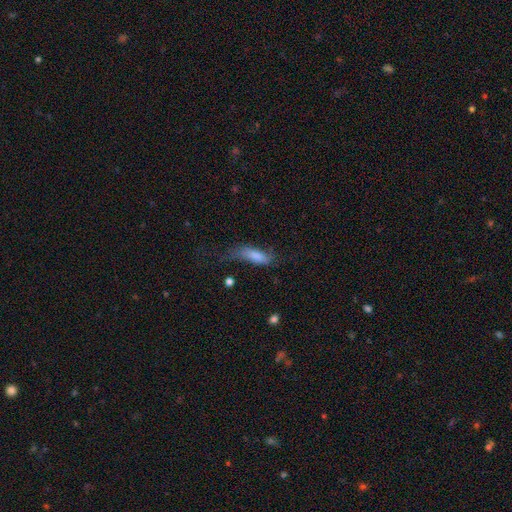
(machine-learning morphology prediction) Smooth or featured? Predicted: smooth (p=0.76). How rounded? Predicted: in between (p=0.60). Merging? Predicted: none (p=0.34).